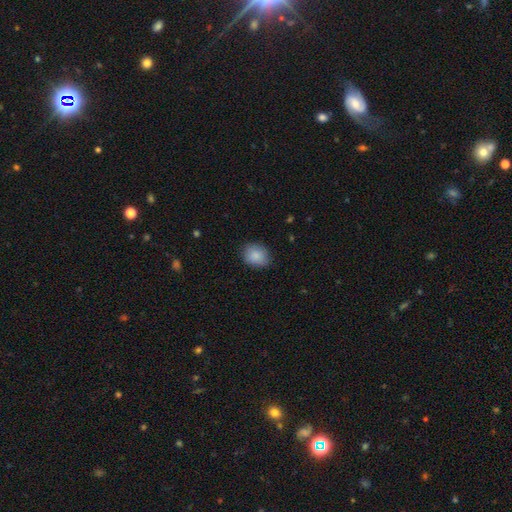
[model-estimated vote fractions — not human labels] Smooth or featured? smooth (88%)
How rounded? round (55%)
Merging? none (82%)